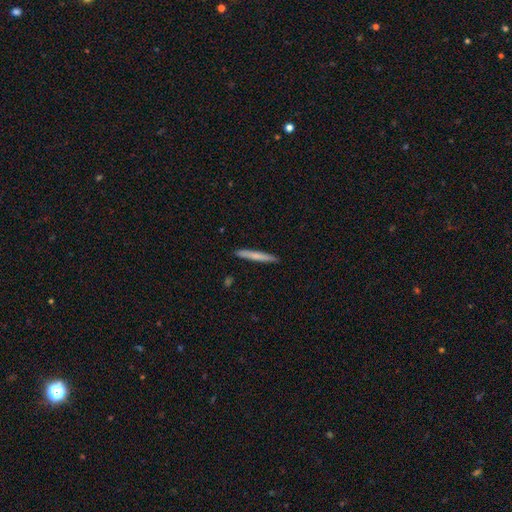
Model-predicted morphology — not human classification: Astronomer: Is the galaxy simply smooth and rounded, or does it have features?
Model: smooth — 67%.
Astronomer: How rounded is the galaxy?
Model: cigar-shaped — 96%.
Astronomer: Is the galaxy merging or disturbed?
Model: none — 91%.